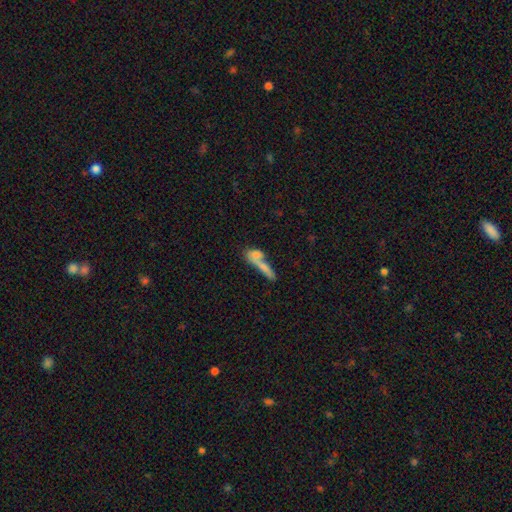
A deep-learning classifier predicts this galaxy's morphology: A smooth galaxy with no disk features (68%) that is cigar-shaped (51%).

Vote fractions:
- Smooth or featured? smooth: 68% / featured or disk: 22% / star or artifact: 10%
- How rounded? cigar-shaped: 51% / in between: 41% / round: 9%
- Merging? merger: 58% / none: 27% / minor disturbance: 8% / major disturbance: 7%